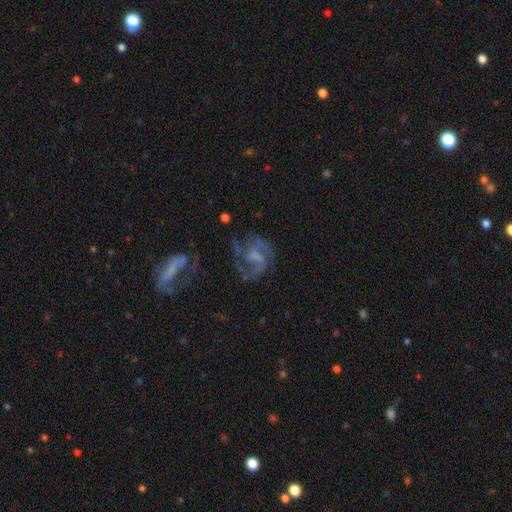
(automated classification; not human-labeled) Smooth or featured: featured or disk — 70% (smooth — 19%)
Edge-on disk: no — 97% (yes — 3%)
Bar: weak — 44% (no — 42%)
Spiral arms: yes — 75% (no — 25%)
Spiral winding: medium — 47% (loose — 27%)
Spiral arm count: 2 — 40% (can't tell — 28%)
Bulge size: none — 43% (moderate — 25%)
Merging: none — 45% (major disturbance — 31%)